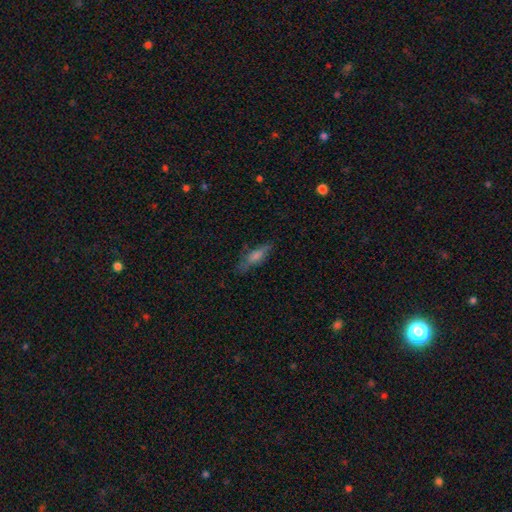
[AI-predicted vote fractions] A smooth galaxy with no disk features (54%) that is cigar-shaped (58%).

Vote fractions:
- Smooth or featured? smooth: 54% / featured or disk: 34% / star or artifact: 12%
- How rounded? cigar-shaped: 58% / in between: 39% / round: 3%
- Merging? none: 72% / minor disturbance: 19% / major disturbance: 7% / merger: 2%